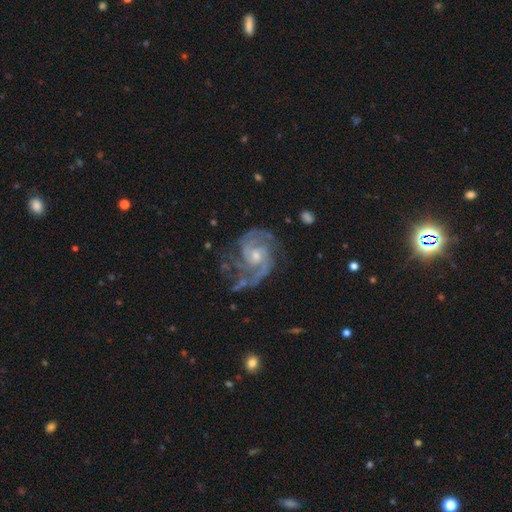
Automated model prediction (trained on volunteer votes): featured or disk 92%, star or artifact 5%, smooth 3%. Down the decision tree: edge-on disk — no (98%); bar — no (58%); spiral arms — yes (98%); spiral arm count — 2 (63%); spiral winding — medium (53%); bulge size — small (56%); merging — none (65%).